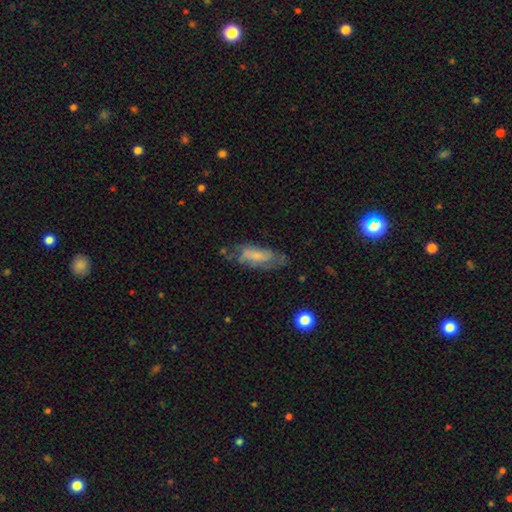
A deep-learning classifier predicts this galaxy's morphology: smooth-or-featured: smooth: 46% (tied) | featured or disk: 46% (tied) | star or artifact: 8%
  merging: none: 55% | minor disturbance: 28% | major disturbance: 15% | merger: 3%